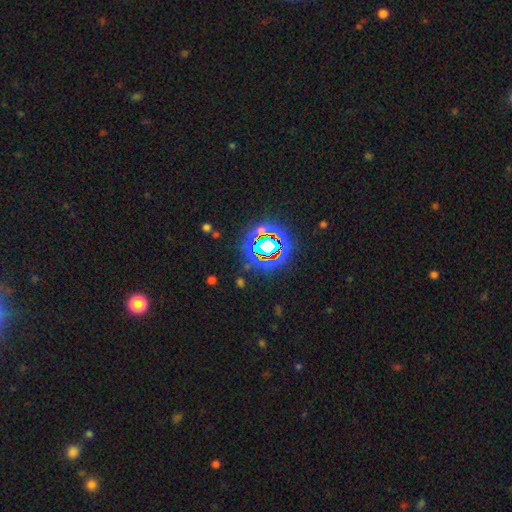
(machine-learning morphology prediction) smooth_or_featured: star or artifact (p=0.78) [alt: smooth p=0.12]